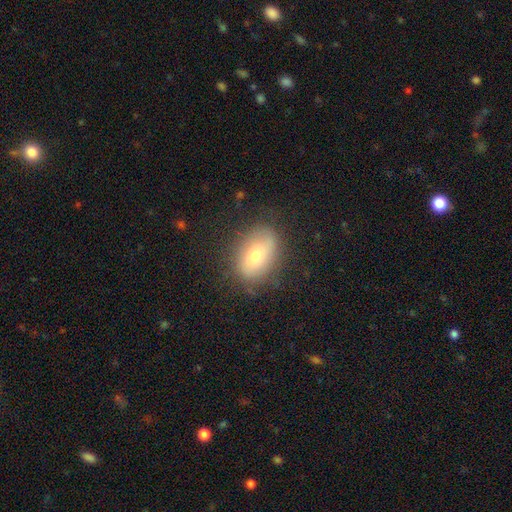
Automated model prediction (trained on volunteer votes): Overall: smooth (63%; featured or disk 28%). How rounded: in between (80%). Merging: none (77%).